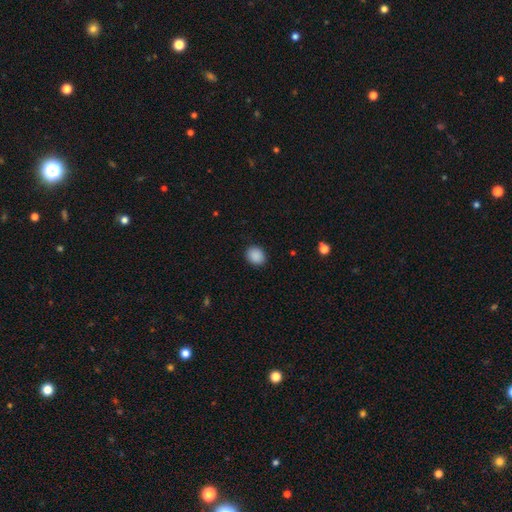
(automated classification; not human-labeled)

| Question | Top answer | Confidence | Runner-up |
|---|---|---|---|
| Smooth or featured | smooth | 89% | star or artifact (9%) |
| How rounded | round | 59% | in between (40%) |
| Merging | none | 90% | minor disturbance (7%) |